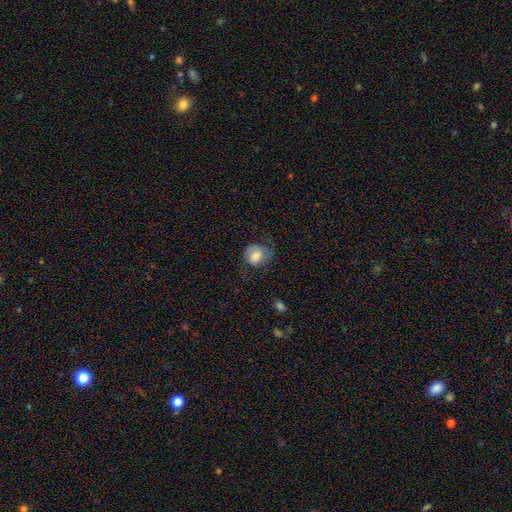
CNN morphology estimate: smooth-or-featured: smooth: 65% | featured or disk: 27% | star or artifact: 8%
  how-rounded: round: 69% | in between: 30% | cigar-shaped: 1%
  merging: none: 51% | minor disturbance: 27% | major disturbance: 21% | merger: 2%